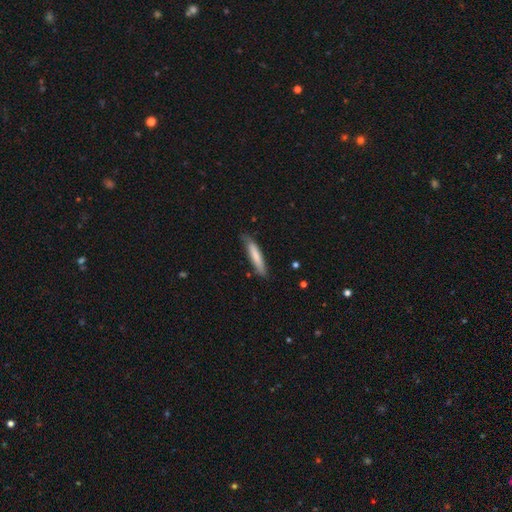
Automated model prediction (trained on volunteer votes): This is likely a smooth galaxy (74%). How rounded: clearly cigar-shaped (87%). Merging: likely none (76%).